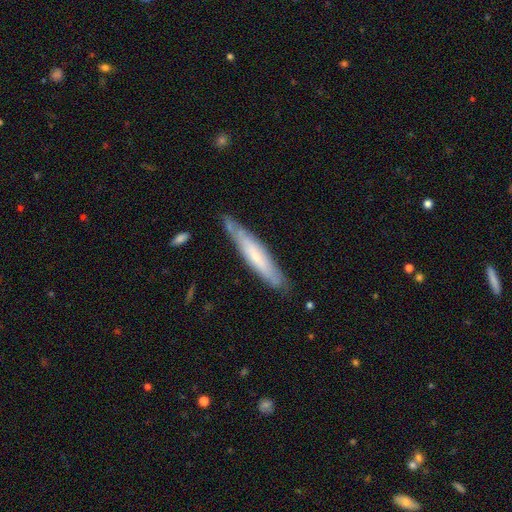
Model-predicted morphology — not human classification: Q: Smooth or featured?
A: smooth (51%); runner-up: featured or disk (44%)
Q: How rounded?
A: cigar-shaped (89%); runner-up: in between (10%)
Q: Merging?
A: none (75%); runner-up: minor disturbance (18%)